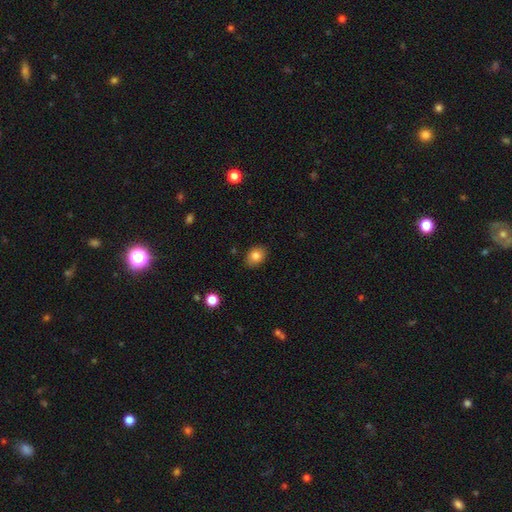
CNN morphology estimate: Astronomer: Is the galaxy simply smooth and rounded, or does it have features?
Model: smooth — 83%.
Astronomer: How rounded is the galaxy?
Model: in between — 65%.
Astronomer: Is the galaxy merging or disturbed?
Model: none — 87%.